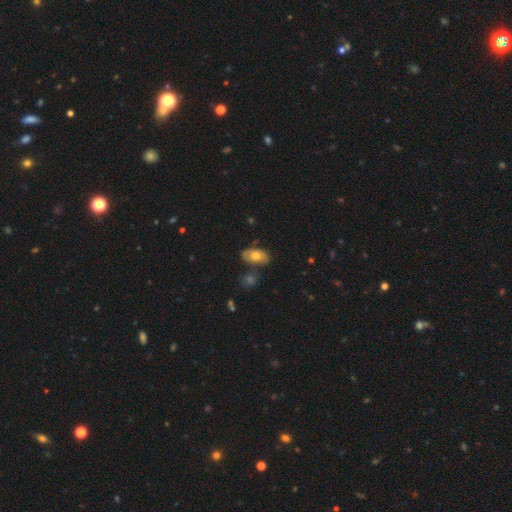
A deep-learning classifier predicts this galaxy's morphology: Smooth or featured? smooth (67%)
How rounded? in between (92%)
Merging? none (69%)